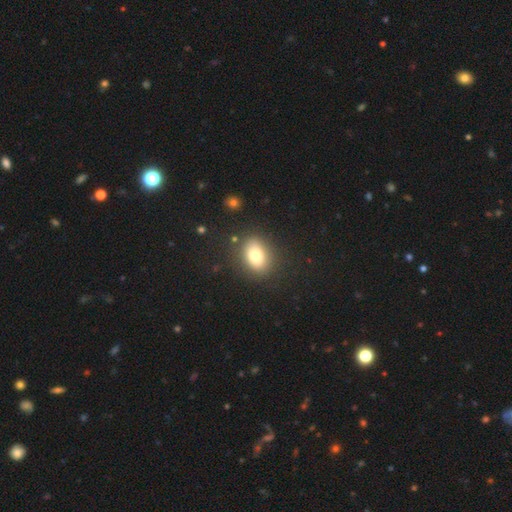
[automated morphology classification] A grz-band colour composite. It shows a smooth galaxy with no disk features (79%) that is in between round and cigar-shaped (73%). Merging: none (83%).